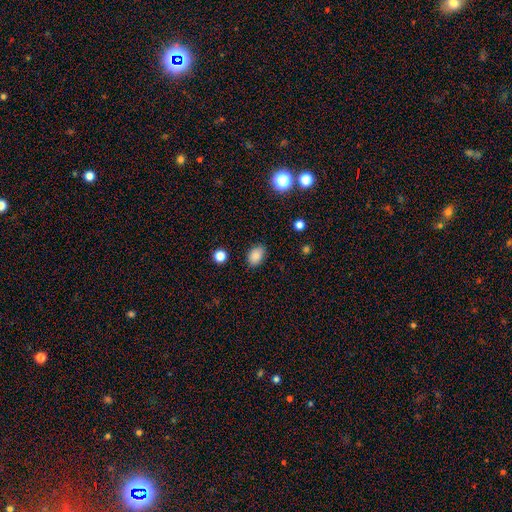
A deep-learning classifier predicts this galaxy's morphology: Smooth or featured?
  - smooth: 85% *
  - star or artifact: 10%
  - featured or disk: 5%
How rounded?
  - in between: 82% *
  - round: 16%
  - cigar-shaped: 1%
Merging?
  - none: 85% *
  - minor disturbance: 11%
  - major disturbance: 2%
  - merger: 1%